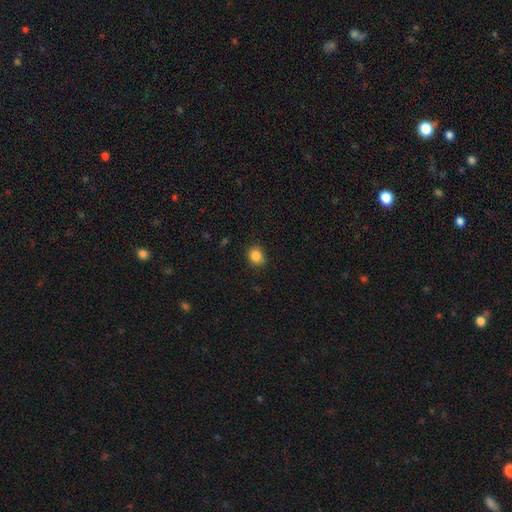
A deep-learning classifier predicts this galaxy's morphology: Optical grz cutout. It shows a smooth galaxy with no disk features (85%) that is round (63%). Merging: none (82%).